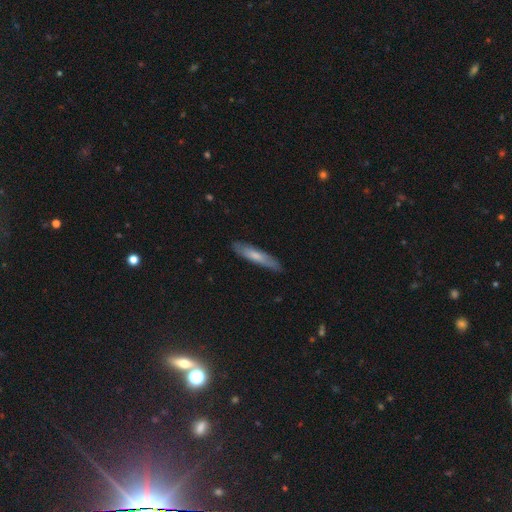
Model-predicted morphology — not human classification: This appears to be a smooth galaxy with no disk features (61%) that is cigar-shaped (84%). Merging: none (83%).